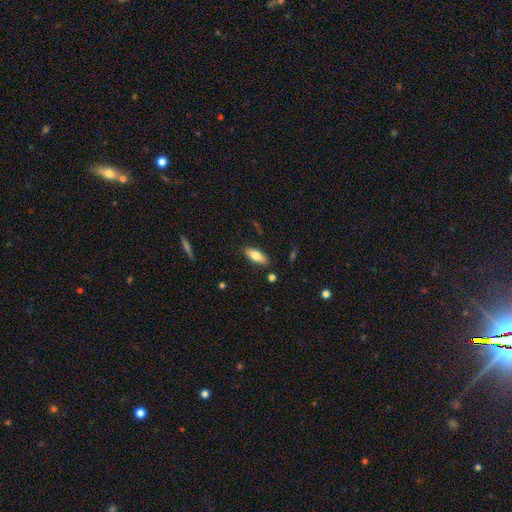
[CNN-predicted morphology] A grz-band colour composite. It shows a smooth galaxy with no disk features (77%) that is in between round and cigar-shaped (79%). Merging: none (85%).